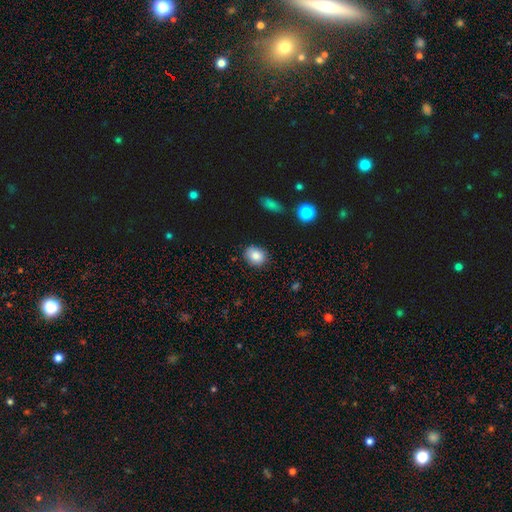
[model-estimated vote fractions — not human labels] Smooth or featured?
  - smooth: 85% *
  - star or artifact: 9%
  - featured or disk: 6%
How rounded?
  - round: 50% *
  - in between: 49%
  - cigar-shaped: 1%
Merging?
  - none: 83% *
  - minor disturbance: 12%
  - major disturbance: 3%
  - merger: 2%